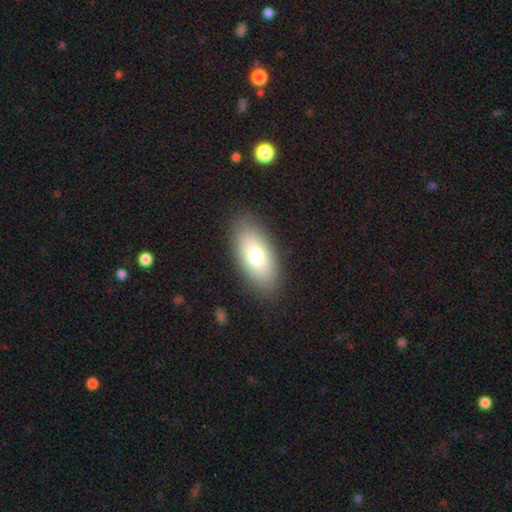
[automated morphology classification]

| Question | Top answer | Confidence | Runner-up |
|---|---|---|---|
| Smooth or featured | smooth | 75% | featured or disk (18%) |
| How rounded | in between | 89% | cigar-shaped (8%) |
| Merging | none | 87% | minor disturbance (9%) |